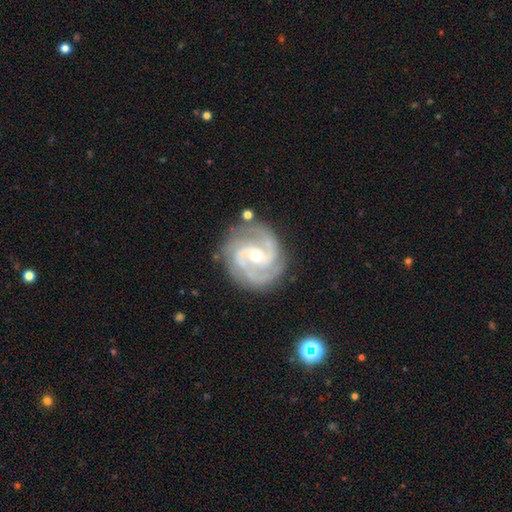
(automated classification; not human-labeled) Morphology: type=featured or disk (92%); edge-on=no (98%); bar=weak (44%); spiral arms=yes (98%); winding=medium (47%); arm count=2 (48%); bulge=small (50%); merging=none (80%).